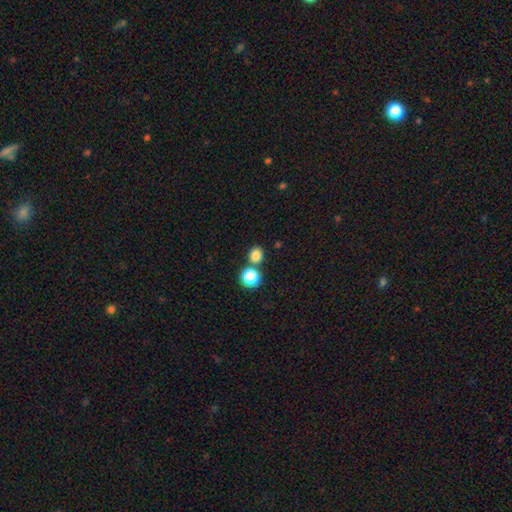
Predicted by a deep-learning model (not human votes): Overall: smooth (81%). How rounded: round (79%). Merging: none (69%).